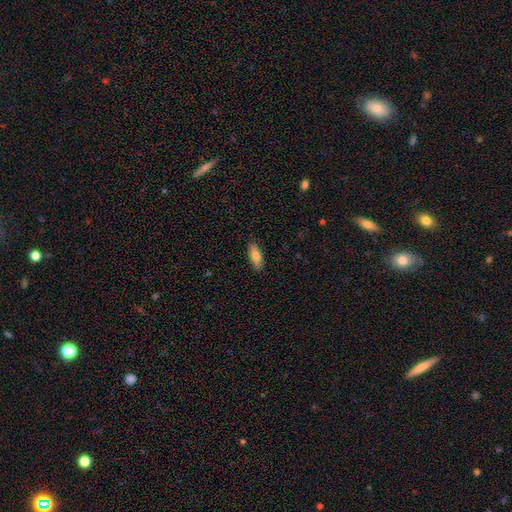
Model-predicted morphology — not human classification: Smooth or featured?
  - smooth: 77% *
  - featured or disk: 17%
  - star or artifact: 6%
How rounded?
  - in between: 72% *
  - cigar-shaped: 25%
  - round: 2%
Merging?
  - none: 89% *
  - minor disturbance: 9%
  - major disturbance: 2%
  - merger: 1%